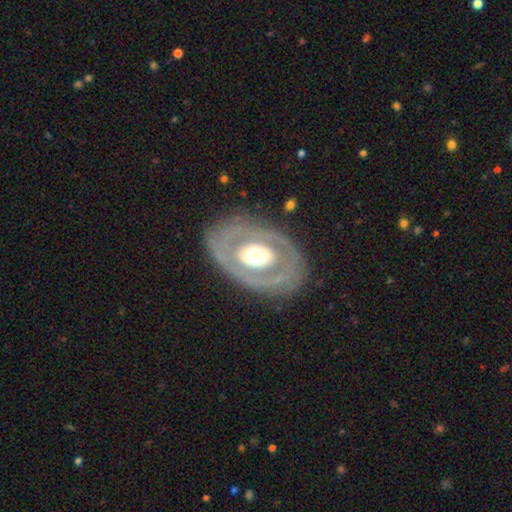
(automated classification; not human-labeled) A featured or disk galaxy (68%) with no bar (77%), no spiral arms (77%) and a moderate central bulge (52%). Merging: none (80%).